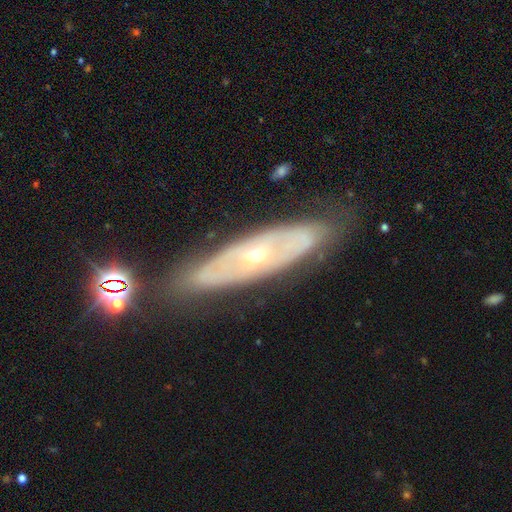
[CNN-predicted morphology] Smooth or featured: featured or disk — 75% (smooth — 19%)
Edge-on disk: no — 73% (yes — 27%)
Bar: no — 85% (weak — 11%)
Spiral arms: no — 58% (yes — 42%)
Bulge size: small — 57% (moderate — 39%)
Merging: none — 78% (minor disturbance — 14%)